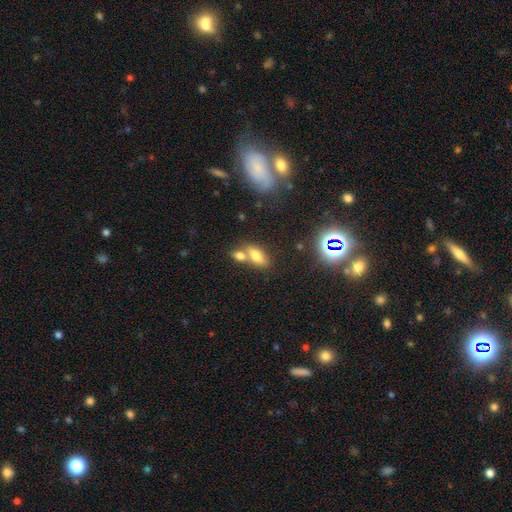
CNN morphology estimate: smooth 71%, featured or disk 16%, star or artifact 13%. Down the decision tree: how rounded — in between (81%); merging — merger (46%).